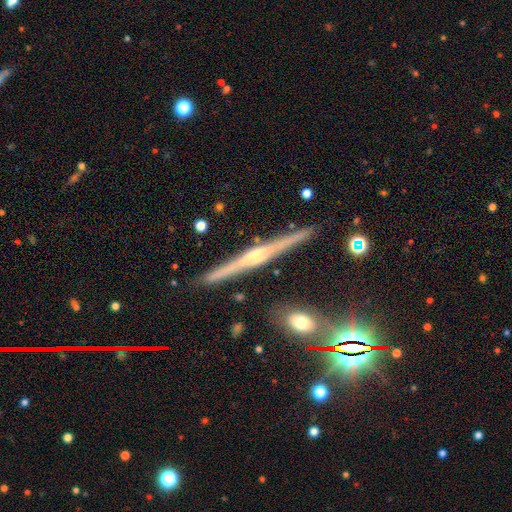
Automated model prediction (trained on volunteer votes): The model was most divided on "edge-on bulge": rounded: 78%, none: 13%, boxy: 9%. More confident: edge-on disk — yes (98%); merging — none (90%); smooth or featured — featured or disk (81%).